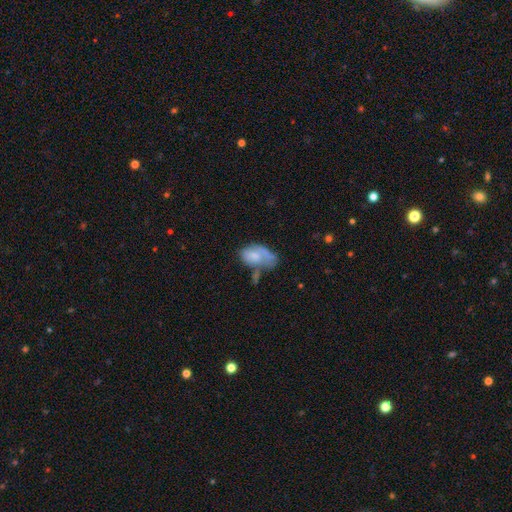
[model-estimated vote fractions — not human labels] Q: Smooth or featured?
A: smooth (60%); runner-up: featured or disk (32%)
Q: How rounded?
A: in between (89%); runner-up: round (9%)
Q: Merging?
A: major disturbance (28%); runner-up: minor disturbance (25%)